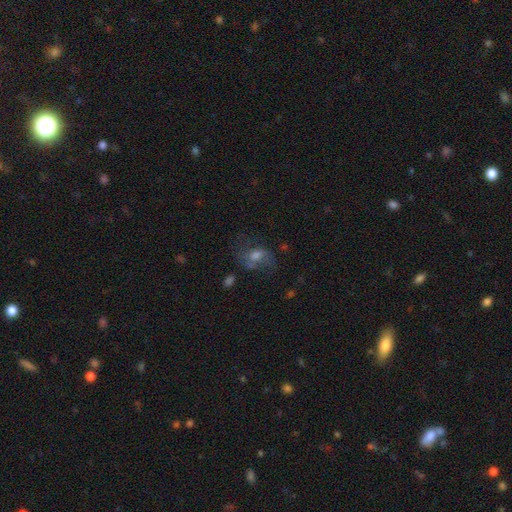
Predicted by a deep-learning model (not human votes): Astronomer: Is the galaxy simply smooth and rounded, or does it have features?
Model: featured or disk — 42% (runner-up: smooth, 39%).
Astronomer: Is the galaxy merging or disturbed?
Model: none — 49% (runner-up: major disturbance, 25%).